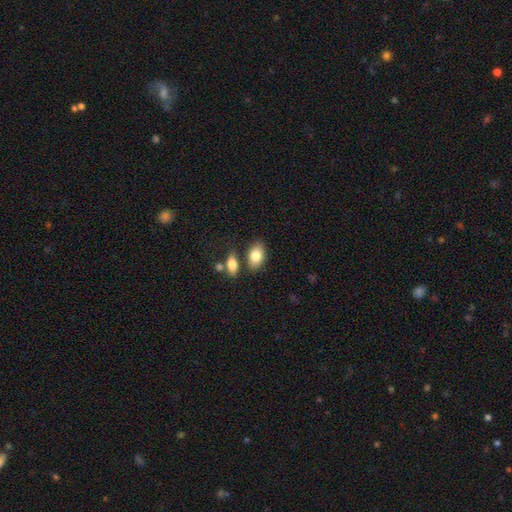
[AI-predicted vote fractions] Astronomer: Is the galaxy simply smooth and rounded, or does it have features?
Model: smooth — 82%.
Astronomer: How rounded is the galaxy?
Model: in between — 90%.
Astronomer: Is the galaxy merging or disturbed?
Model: none — 72%.